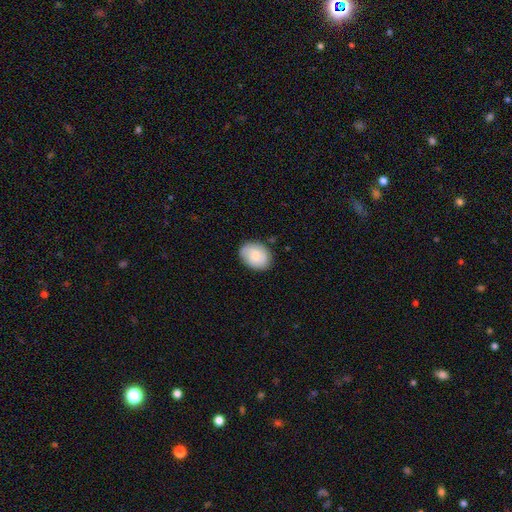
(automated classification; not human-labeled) The model was most divided on "how rounded": in between: 59%, round: 40%, cigar-shaped: 1%. More confident: merging — none (81%); smooth or featured — smooth (64%).